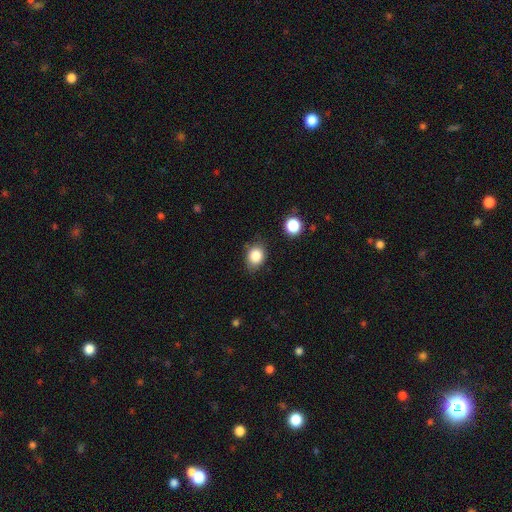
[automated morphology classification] A smooth galaxy with no disk features (84%) that is in between round and cigar-shaped (51%).

Vote fractions:
- Smooth or featured? smooth: 84% / star or artifact: 10% / featured or disk: 6%
- How rounded? in between: 51% / round: 48% / cigar-shaped: 1%
- Merging? none: 75% / minor disturbance: 18% / major disturbance: 4% / merger: 2%